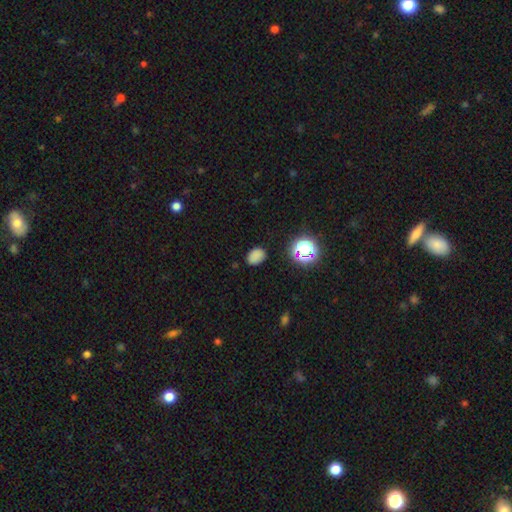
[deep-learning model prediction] This is likely a smooth galaxy (76%). How rounded: likely in between (72%). Merging: clearly none (82%).